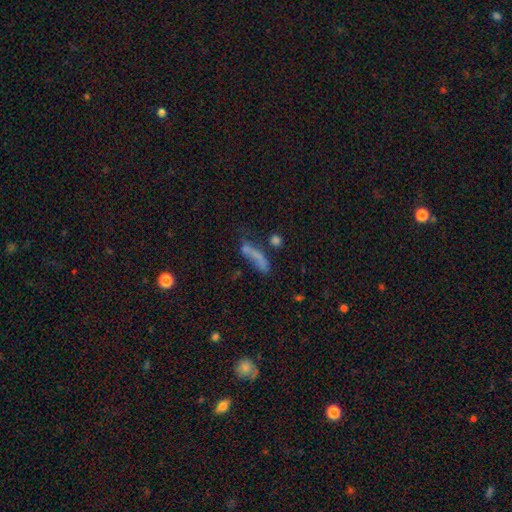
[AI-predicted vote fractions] Morphology: type=smooth (56%); roundness=cigar-shaped (61%); merging=none (35%).